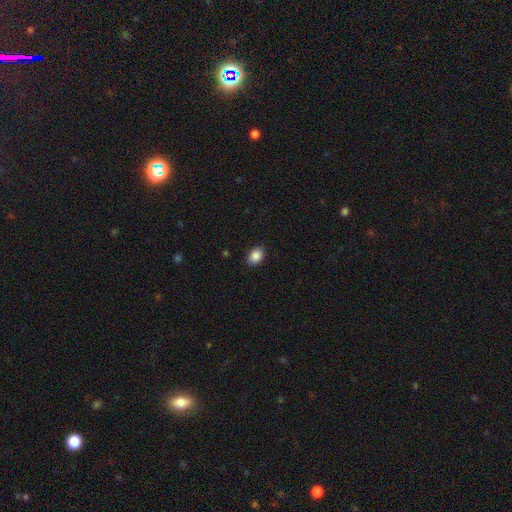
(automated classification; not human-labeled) smooth_or_featured: smooth (p=0.89) [alt: star or artifact p=0.08]
how_rounded: in between (p=0.76) [alt: round p=0.23]
merging: none (p=0.88) [alt: minor disturbance p=0.09]